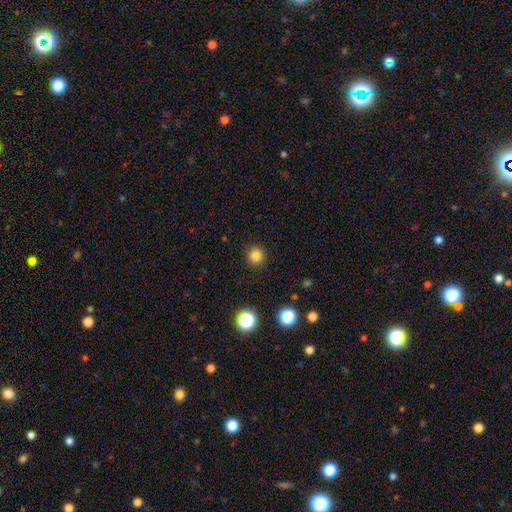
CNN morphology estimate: Smooth or featured?
  - smooth: 82% *
  - star or artifact: 14%
  - featured or disk: 4%
How rounded?
  - round: 94% *
  - in between: 5%
  - cigar-shaped: 1%
Merging?
  - none: 91% *
  - minor disturbance: 6%
  - major disturbance: 2%
  - merger: 1%